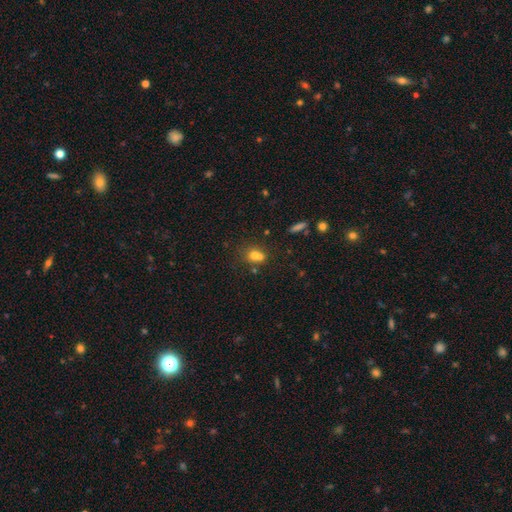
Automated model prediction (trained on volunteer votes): Q: Smooth or featured?
A: smooth (67%); runner-up: featured or disk (17%)
Q: How rounded?
A: round (66%); runner-up: in between (33%)
Q: Merging?
A: merger (55%); runner-up: none (32%)